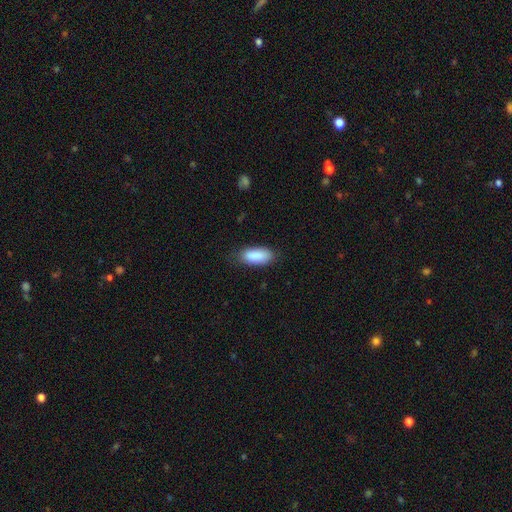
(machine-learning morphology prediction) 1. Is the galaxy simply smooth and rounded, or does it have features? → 89% smooth, 6% star or artifact, 4% featured or disk.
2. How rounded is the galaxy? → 85% in between, 13% cigar-shaped, 2% round.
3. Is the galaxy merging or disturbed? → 78% none, 17% minor disturbance, 3% major disturbance, 1% merger.